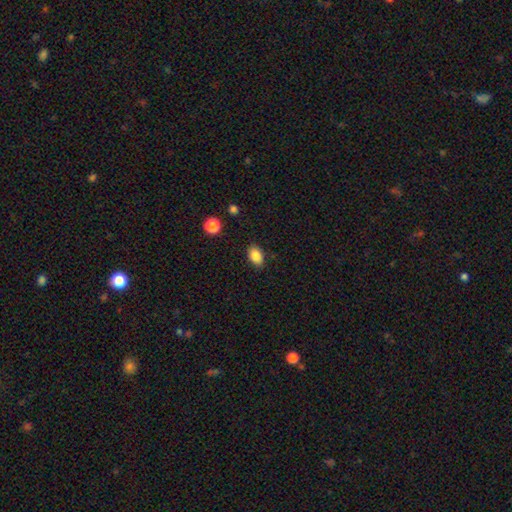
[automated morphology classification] Overall: smooth (85%). How rounded: in between (84%). Merging: none (86%).